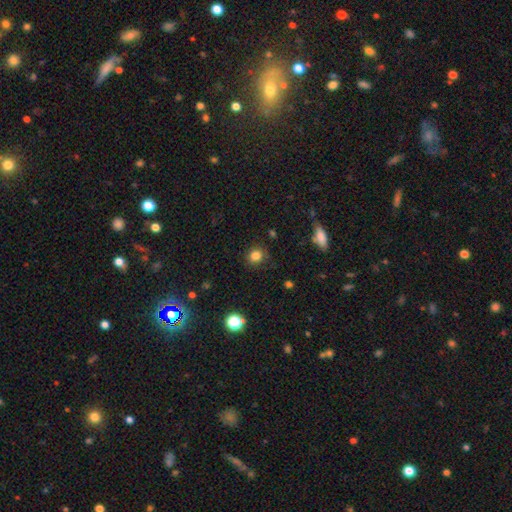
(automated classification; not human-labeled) smooth-or-featured: smooth: 82% | star or artifact: 13% | featured or disk: 5%
  how-rounded: round: 82% | in between: 17% | cigar-shaped: 1%
  merging: none: 84% | minor disturbance: 11% | major disturbance: 3% | merger: 1%